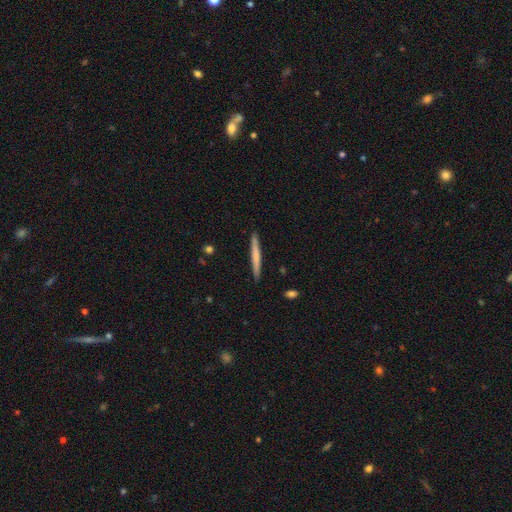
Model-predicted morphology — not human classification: smooth_or_featured: smooth (p=0.62) [alt: featured or disk p=0.33]
how_rounded: cigar-shaped (p=0.97) [alt: in between p=0.02]
merging: none (p=0.91) [alt: minor disturbance p=0.06]